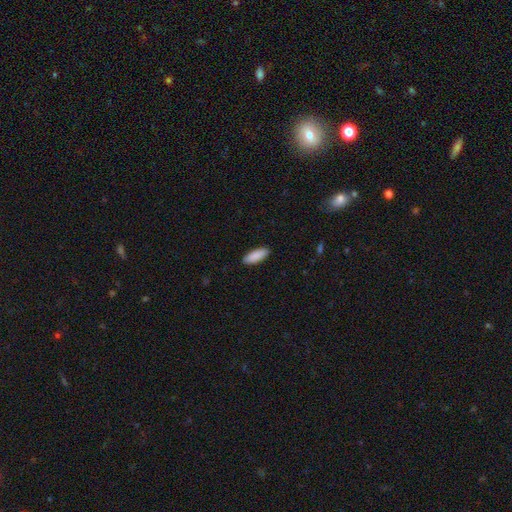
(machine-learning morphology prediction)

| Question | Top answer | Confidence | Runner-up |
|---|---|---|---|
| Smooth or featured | smooth | 90% | star or artifact (5%) |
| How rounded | in between | 72% | cigar-shaped (27%) |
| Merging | none | 90% | minor disturbance (7%) |